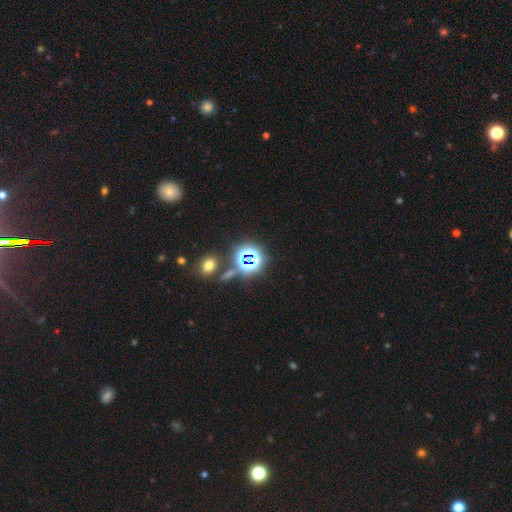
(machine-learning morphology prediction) A star or artifact, not a galaxy (77%).

Vote fractions:
- Smooth or featured? star or artifact: 77% / smooth: 16% / featured or disk: 7%